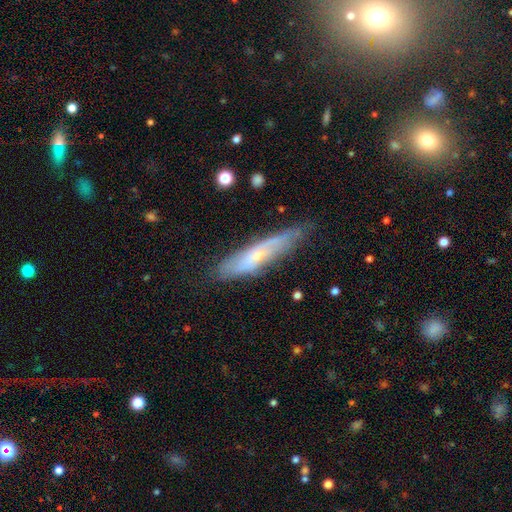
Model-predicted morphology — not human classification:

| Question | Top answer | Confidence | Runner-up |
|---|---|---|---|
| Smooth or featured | featured or disk | 51% | smooth (42%) |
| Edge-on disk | yes | 60% | no (40%) |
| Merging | none | 70% | minor disturbance (23%) |